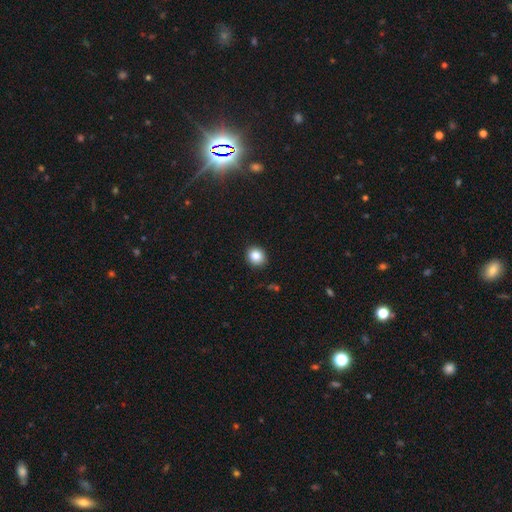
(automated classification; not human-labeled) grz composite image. It shows a smooth galaxy with no disk features (85%) that is round (78%). Merging: none (91%).